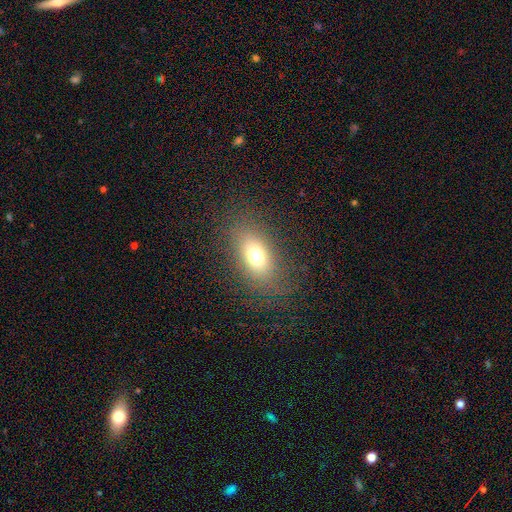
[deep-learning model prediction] smooth_or_featured: smooth (p=0.70) [alt: featured or disk p=0.16]
how_rounded: in between (p=0.81) [alt: round p=0.13]
merging: none (p=0.79) [alt: minor disturbance p=0.12]